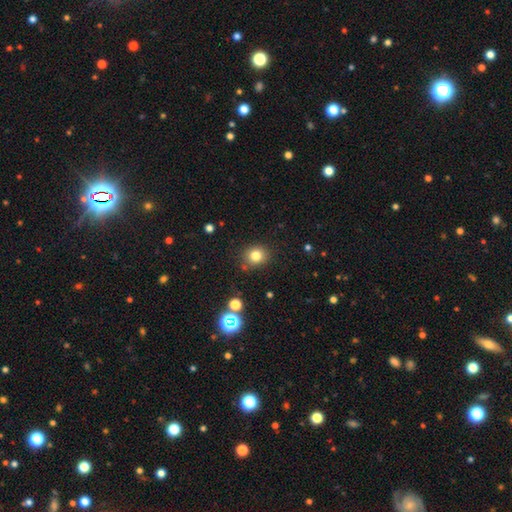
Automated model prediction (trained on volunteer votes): A smooth galaxy with no disk features (79%) that is round (80%).

Vote fractions:
- Smooth or featured? smooth: 79% / star or artifact: 14% / featured or disk: 7%
- How rounded? round: 80% / in between: 19% / cigar-shaped: 1%
- Merging? none: 84% / minor disturbance: 10% / merger: 3% / major disturbance: 3%